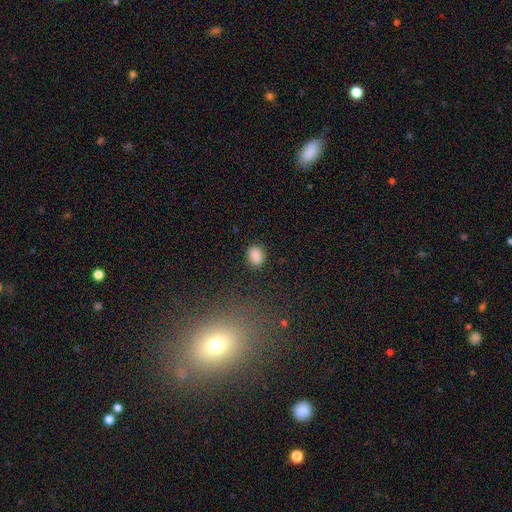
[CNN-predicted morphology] smooth-or-featured: smooth: 86% | star or artifact: 10% | featured or disk: 4%
  how-rounded: in between: 59% | round: 40% | cigar-shaped: 1%
  merging: none: 85% | minor disturbance: 10% | major disturbance: 3% | merger: 1%